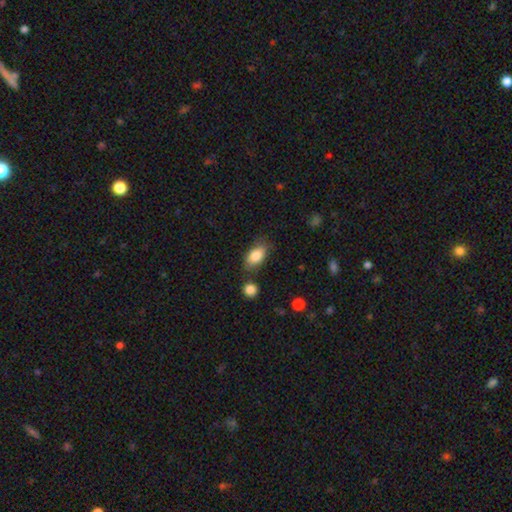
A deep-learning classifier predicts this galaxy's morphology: Smooth or featured? smooth (83%)
How rounded? in between (90%)
Merging? none (74%)